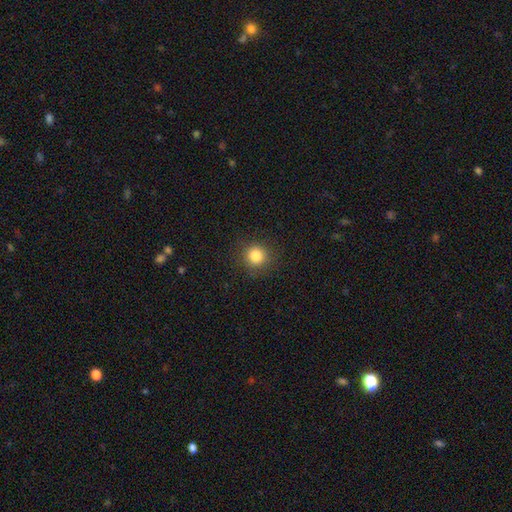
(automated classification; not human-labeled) The model was most divided on "smooth or featured": smooth: 83%, star or artifact: 12%, featured or disk: 5%. More confident: how rounded — round (93%); merging — none (89%).